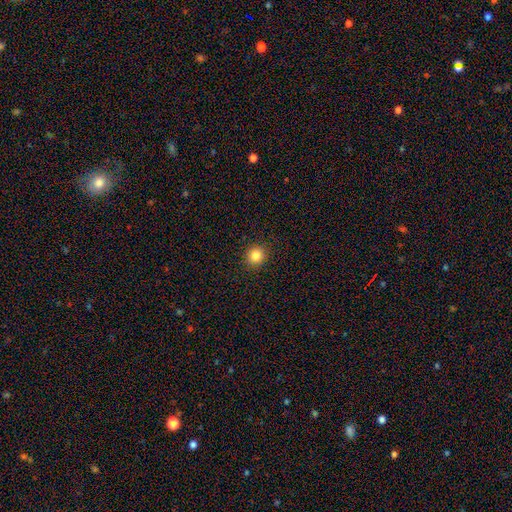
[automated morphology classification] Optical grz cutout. It shows a smooth galaxy with no disk features (84%) that is round (87%). Merging: none (92%).